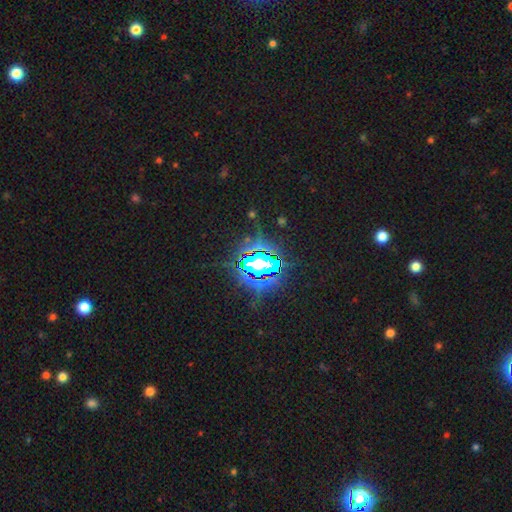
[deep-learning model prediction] A star or artifact, not a galaxy (85%).